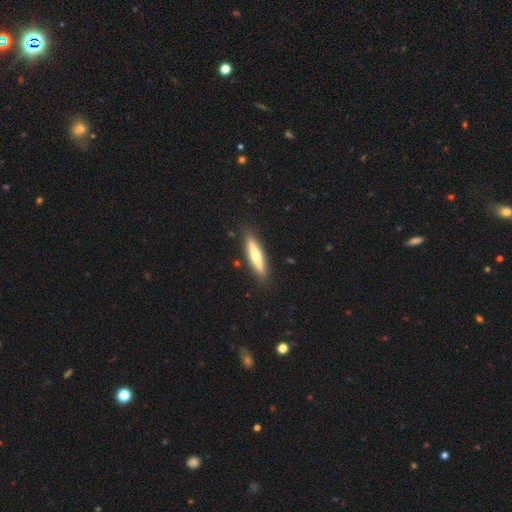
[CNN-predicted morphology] This appears to be a smooth galaxy with no disk features (53%) that is cigar-shaped (85%). Merging: none (88%).